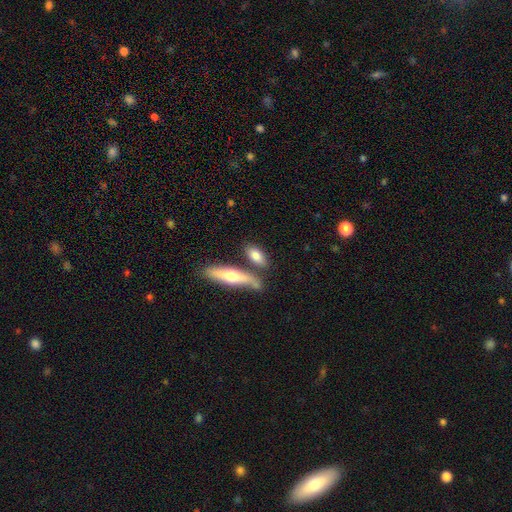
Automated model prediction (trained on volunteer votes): This appears to be a smooth galaxy with no disk features (75%) that is in between round and cigar-shaped (71%). Merging: none (65%).